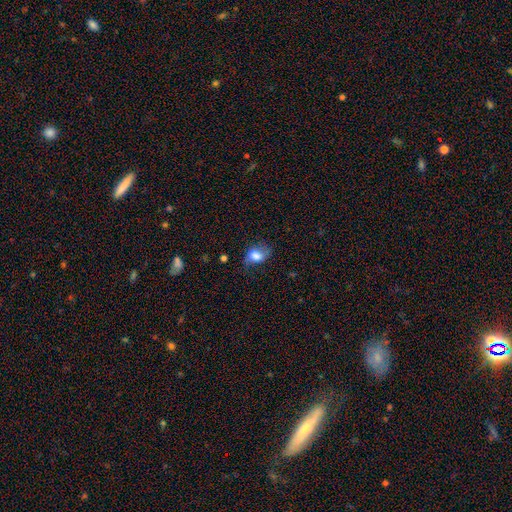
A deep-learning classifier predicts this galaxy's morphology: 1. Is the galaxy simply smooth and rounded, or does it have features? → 74% smooth, 17% featured or disk, 9% star or artifact.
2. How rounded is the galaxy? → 74% in between, 24% round, 2% cigar-shaped.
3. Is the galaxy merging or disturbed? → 51% none, 32% minor disturbance, 15% major disturbance, 2% merger.